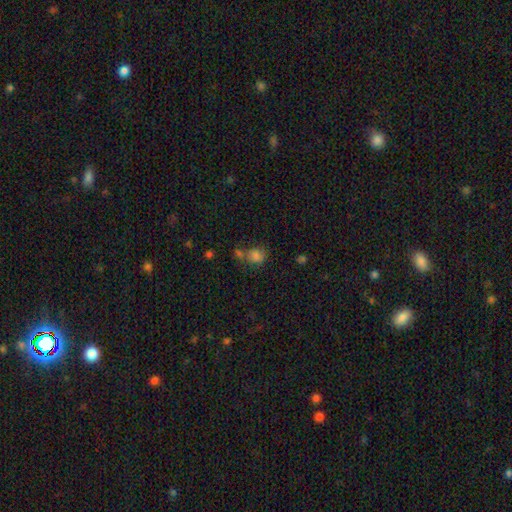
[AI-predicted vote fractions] Smooth or featured: smooth — 79% (star or artifact — 12%)
How rounded: round — 65% (in between — 34%)
Merging: none — 43% (merger — 32%)